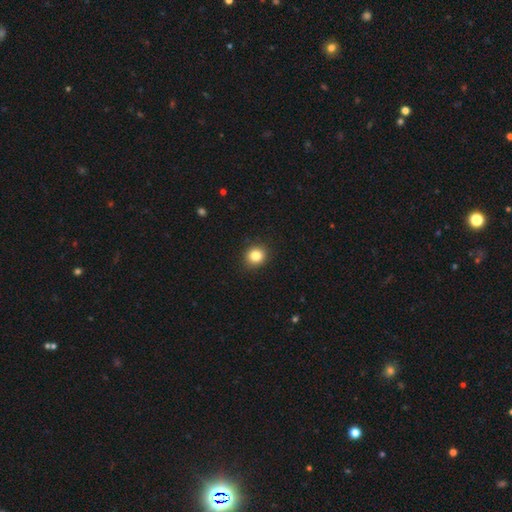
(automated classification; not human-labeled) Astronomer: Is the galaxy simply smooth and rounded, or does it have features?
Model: smooth — 84%.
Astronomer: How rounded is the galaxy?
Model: round — 85%.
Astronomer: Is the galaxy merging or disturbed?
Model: none — 91%.